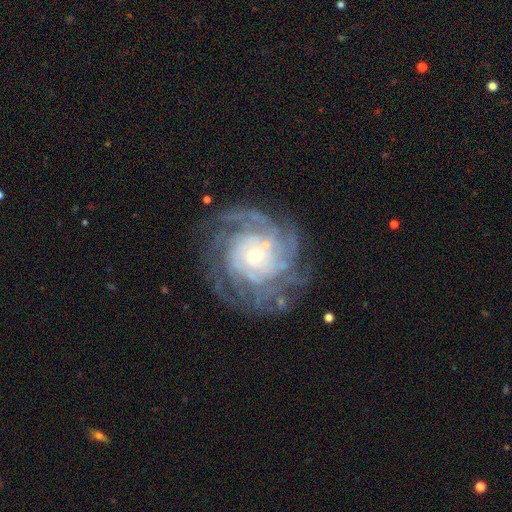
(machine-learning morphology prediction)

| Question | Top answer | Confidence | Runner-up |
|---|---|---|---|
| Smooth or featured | featured or disk | 88% | star or artifact (6%) |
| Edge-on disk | no | 98% | yes (2%) |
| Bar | no | 71% | weak (22%) |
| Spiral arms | yes | 97% | no (3%) |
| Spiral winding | tight | 74% | medium (21%) |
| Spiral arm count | can't tell | 26% | 4 (24%) |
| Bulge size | small | 64% | moderate (28%) |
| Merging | none | 72% | minor disturbance (15%) |